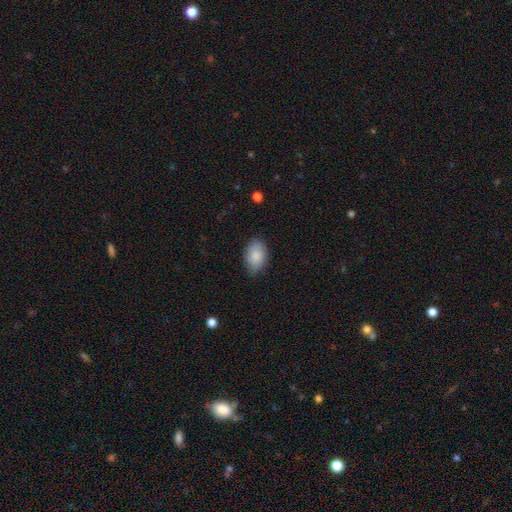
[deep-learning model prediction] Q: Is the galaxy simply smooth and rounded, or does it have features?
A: smooth — 86%.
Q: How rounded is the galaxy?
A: in between — 88%.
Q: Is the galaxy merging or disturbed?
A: none — 77%.